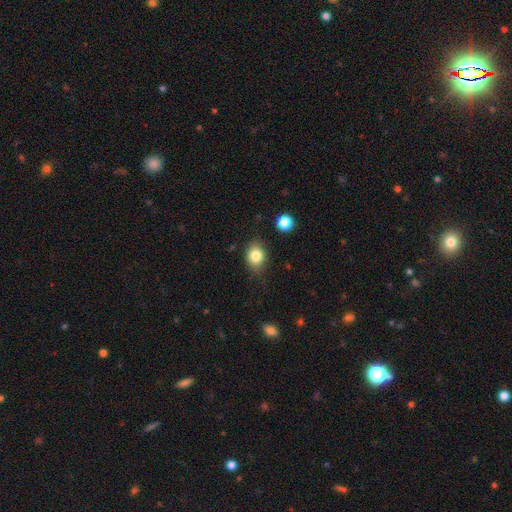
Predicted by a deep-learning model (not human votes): Smooth or featured: smooth — 82% (star or artifact — 10%)
How rounded: round — 52% (in between — 47%)
Merging: none — 77% (minor disturbance — 17%)